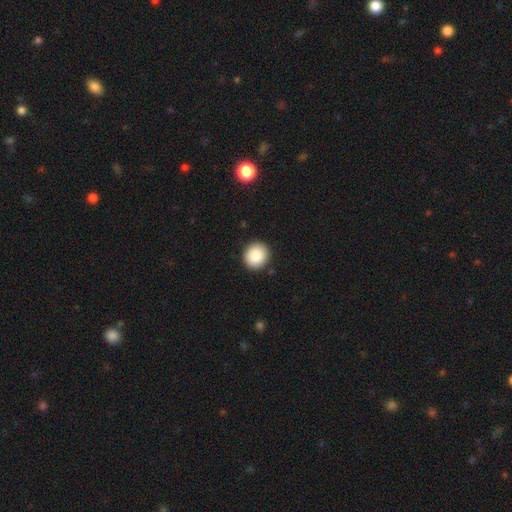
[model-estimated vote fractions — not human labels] This is clearly a smooth galaxy (88%). How rounded: clearly round (89%). Merging: clearly none (91%).